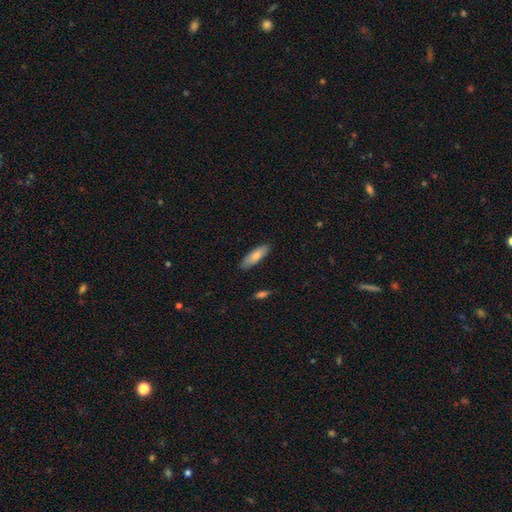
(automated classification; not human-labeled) Overall: smooth (80%). How rounded: cigar-shaped (50%; in between 48%). Merging: none (87%).